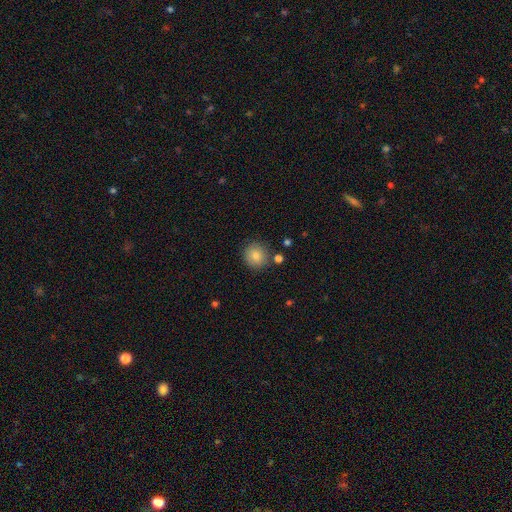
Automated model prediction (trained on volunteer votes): smooth 83%, star or artifact 9%, featured or disk 8%. Down the decision tree: how rounded — round (90%); merging — none (83%).